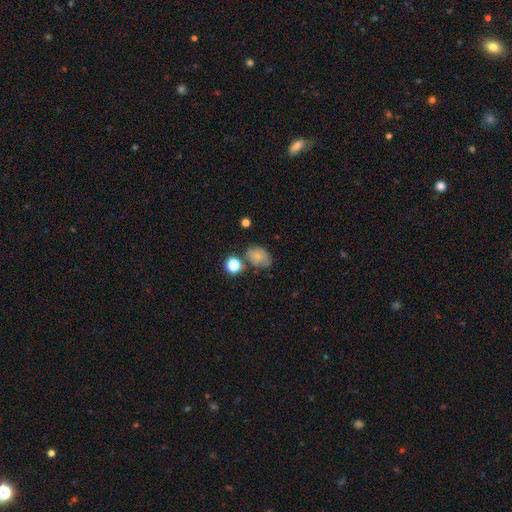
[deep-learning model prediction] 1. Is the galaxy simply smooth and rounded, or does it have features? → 72% smooth, 14% star or artifact, 14% featured or disk.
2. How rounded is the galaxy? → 67% in between, 32% round, 1% cigar-shaped.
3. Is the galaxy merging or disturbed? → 57% none, 23% minor disturbance, 12% merger, 8% major disturbance.